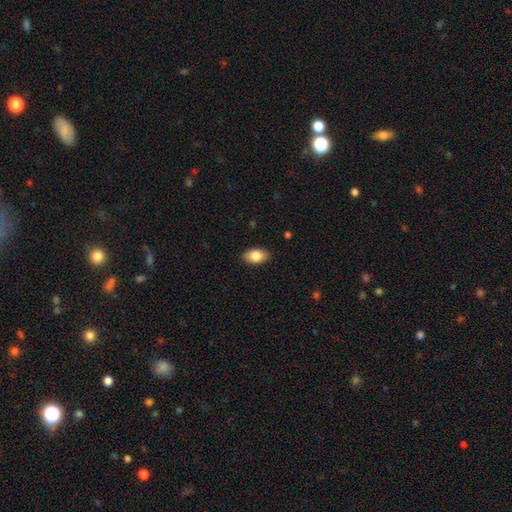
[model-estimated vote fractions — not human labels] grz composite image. It shows a smooth galaxy with no disk features (84%) that is in between round and cigar-shaped (91%). Merging: none (88%).